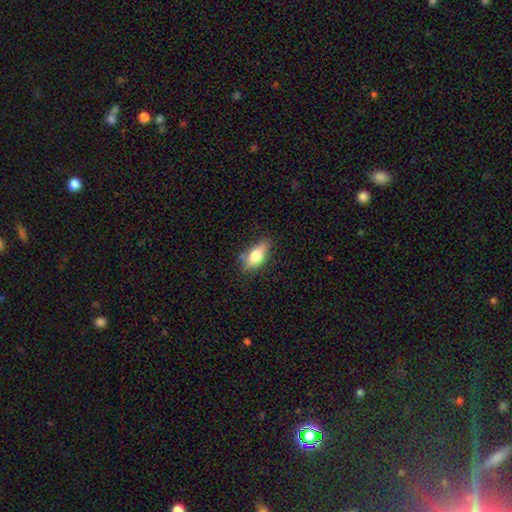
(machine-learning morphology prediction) Smooth or featured? smooth (73%)
How rounded? in between (81%)
Merging? none (73%)